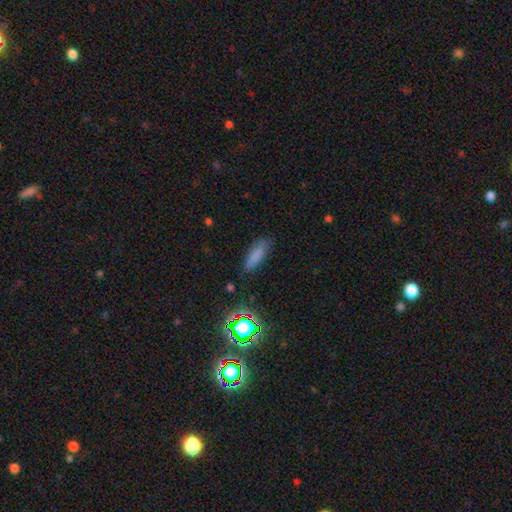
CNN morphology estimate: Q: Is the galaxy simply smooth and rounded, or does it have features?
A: smooth — 74%.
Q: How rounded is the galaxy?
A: cigar-shaped — 53%.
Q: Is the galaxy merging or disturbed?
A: none — 77%.